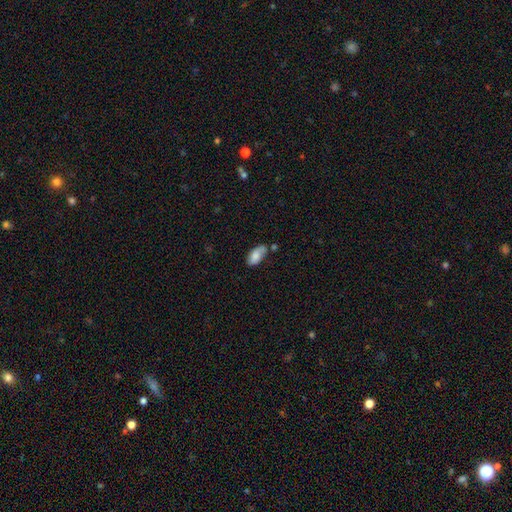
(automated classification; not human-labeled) Overall: smooth (77%). How rounded: in between (92%). Merging: none (52%; minor disturbance 28%).